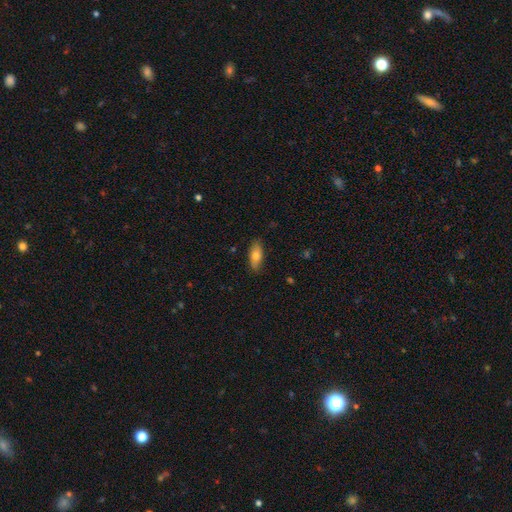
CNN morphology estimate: Overall: smooth (73%). How rounded: in between (79%). Merging: none (83%).